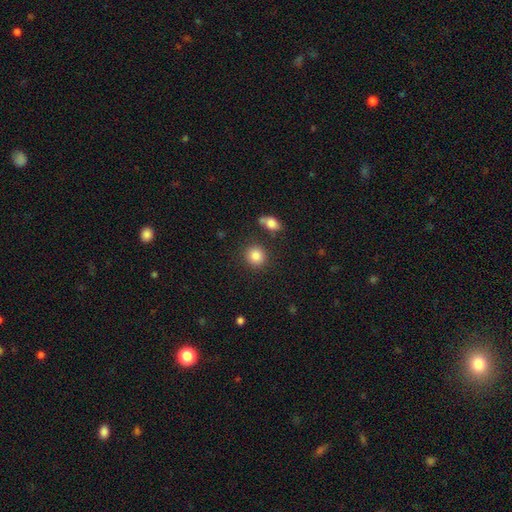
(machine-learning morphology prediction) smooth_or_featured: smooth (p=0.86) [alt: star or artifact p=0.09]
how_rounded: round (p=0.86) [alt: in between p=0.13]
merging: none (p=0.85) [alt: minor disturbance p=0.08]